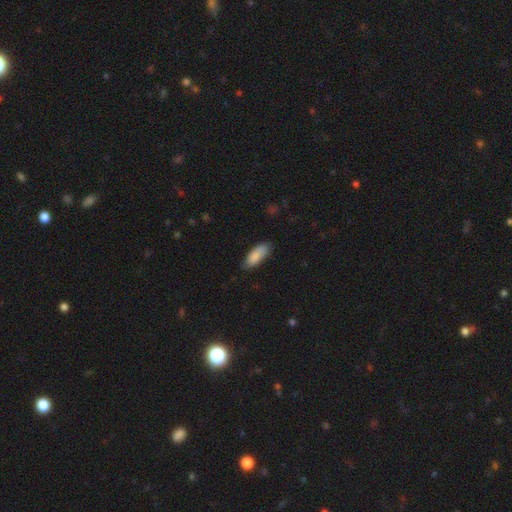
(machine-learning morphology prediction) Smooth or featured?
  - smooth: 87% *
  - featured or disk: 7%
  - star or artifact: 6%
How rounded?
  - in between: 76% *
  - cigar-shaped: 22%
  - round: 2%
Merging?
  - none: 74% *
  - minor disturbance: 21%
  - major disturbance: 4%
  - merger: 1%